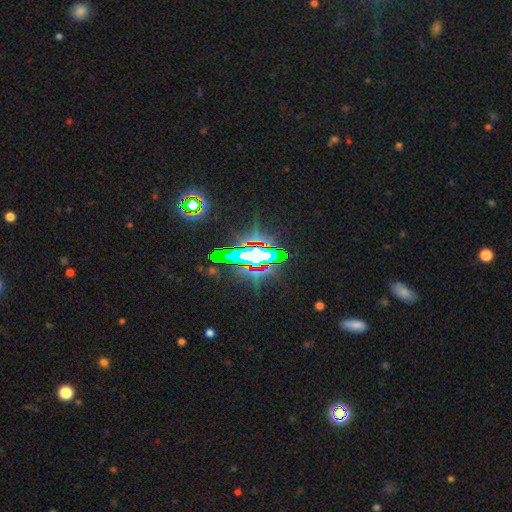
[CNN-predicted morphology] Smooth or featured? star or artifact (65%)